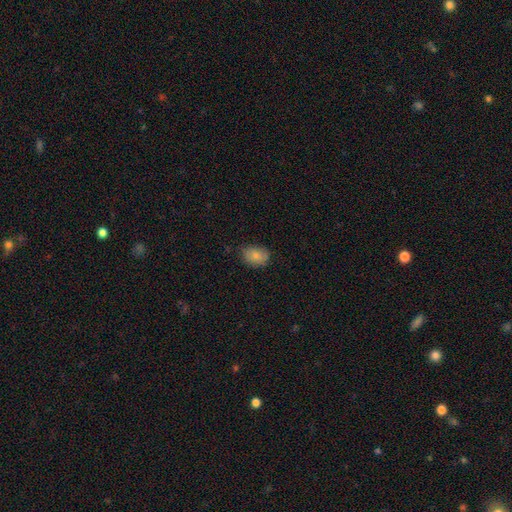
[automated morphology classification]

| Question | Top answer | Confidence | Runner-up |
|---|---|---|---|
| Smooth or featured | smooth | 80% | featured or disk (12%) |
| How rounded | in between | 75% | round (24%) |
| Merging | none | 71% | minor disturbance (23%) |